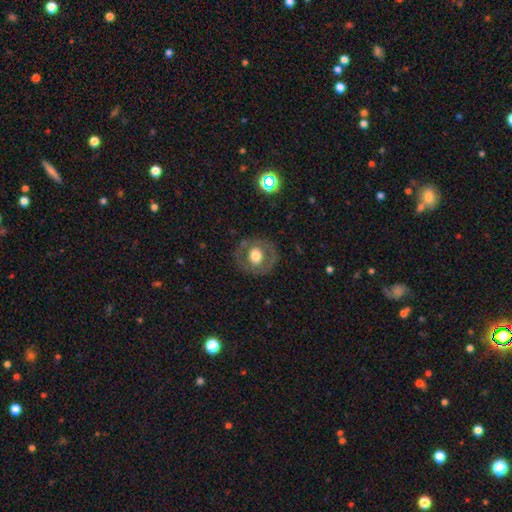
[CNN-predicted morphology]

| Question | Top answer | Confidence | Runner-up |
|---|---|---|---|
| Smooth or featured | smooth | 49% | featured or disk (44%) |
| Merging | none | 81% | minor disturbance (12%) |